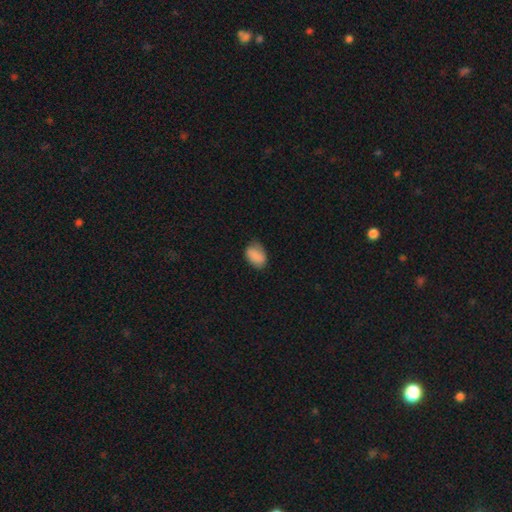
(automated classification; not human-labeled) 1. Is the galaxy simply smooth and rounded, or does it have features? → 86% smooth, 8% star or artifact, 6% featured or disk.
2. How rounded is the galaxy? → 83% in between, 16% round, 1% cigar-shaped.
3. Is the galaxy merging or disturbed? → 67% none, 26% minor disturbance, 5% major disturbance, 1% merger.